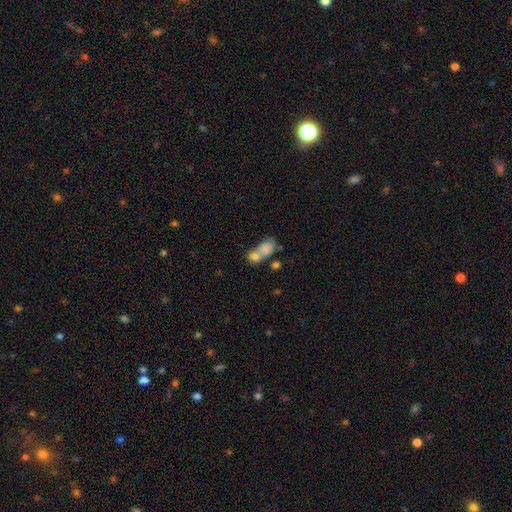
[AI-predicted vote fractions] Q: Smooth or featured?
A: smooth (74%); runner-up: featured or disk (16%)
Q: How rounded?
A: in between (67%); runner-up: round (29%)
Q: Merging?
A: merger (65%); runner-up: none (21%)